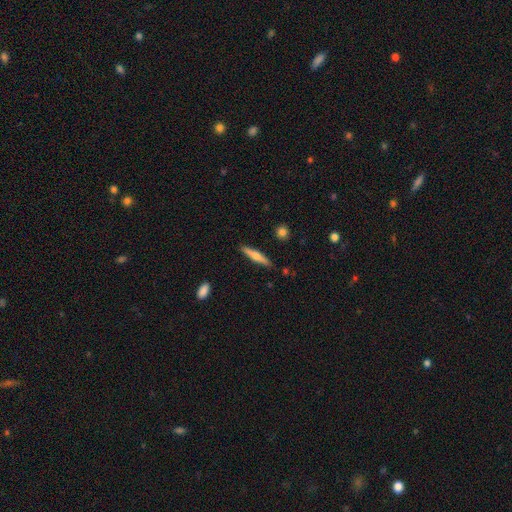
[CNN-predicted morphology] smooth-or-featured: smooth: 51% | featured or disk: 43% | star or artifact: 6%
  how-rounded: cigar-shaped: 89% | in between: 9% | round: 2%
  merging: none: 88% | minor disturbance: 9% | merger: 2% | major disturbance: 2%